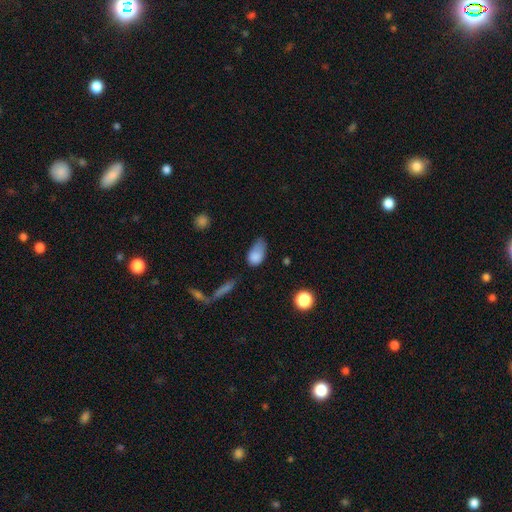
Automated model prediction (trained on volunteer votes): smooth_or_featured: smooth (p=0.81) [alt: featured or disk p=0.10]
how_rounded: in between (p=0.88) [alt: round p=0.09]
merging: minor disturbance (p=0.42) [alt: none p=0.29]